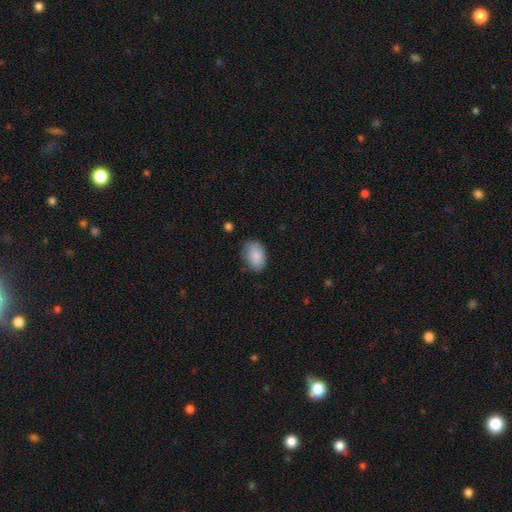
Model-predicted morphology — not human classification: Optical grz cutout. It shows a smooth galaxy with no disk features (87%) that is in between round and cigar-shaped (88%). Merging: none (74%).